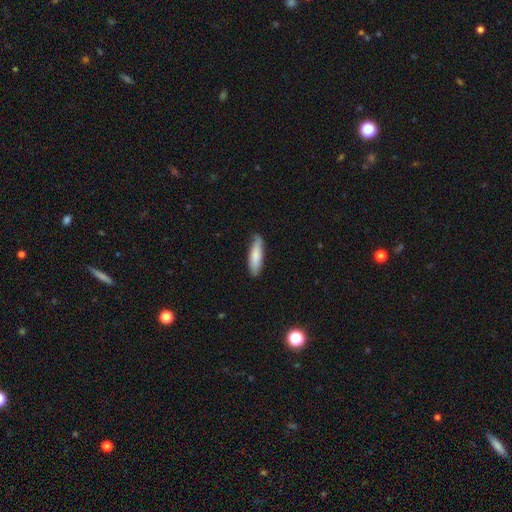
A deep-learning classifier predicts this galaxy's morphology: Smooth or featured: smooth — 81% (featured or disk — 13%)
How rounded: cigar-shaped — 65% (in between — 34%)
Merging: none — 80% (minor disturbance — 17%)